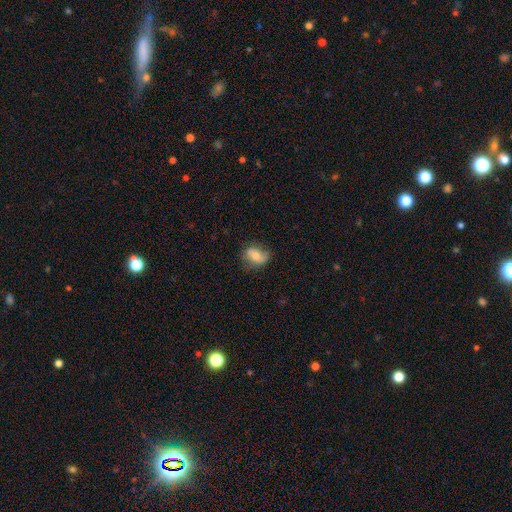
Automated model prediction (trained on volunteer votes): A smooth galaxy with no disk features (60%) that is in between round and cigar-shaped (67%). Merging: none (66%).